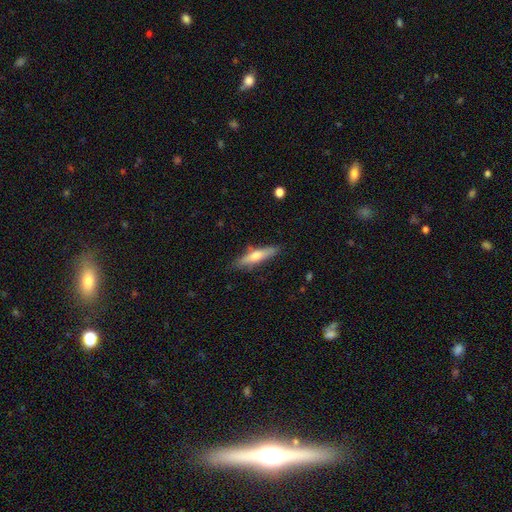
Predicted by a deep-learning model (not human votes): Smooth or featured: smooth — 53% (featured or disk — 41%)
How rounded: cigar-shaped — 81% (in between — 17%)
Merging: none — 83% (minor disturbance — 12%)